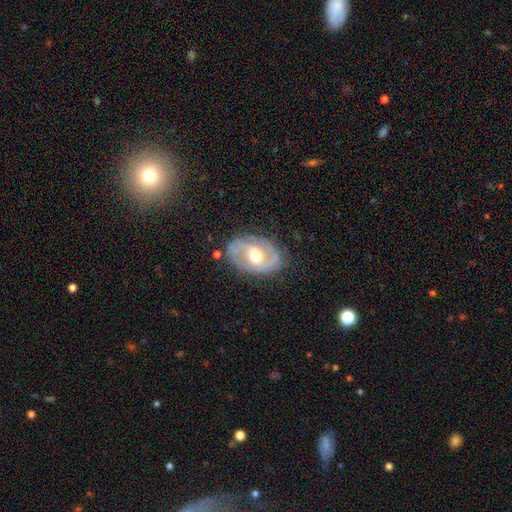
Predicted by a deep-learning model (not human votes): Smooth or featured: featured or disk — 77% (smooth — 18%)
Edge-on disk: no — 96% (yes — 4%)
Bar: no — 44% (weak — 43%)
Spiral arms: yes — 81% (no — 19%)
Spiral winding: medium — 47% (tight — 34%)
Spiral arm count: 2 — 83% (can't tell — 10%)
Bulge size: moderate — 66% (large — 21%)
Merging: none — 77% (minor disturbance — 16%)